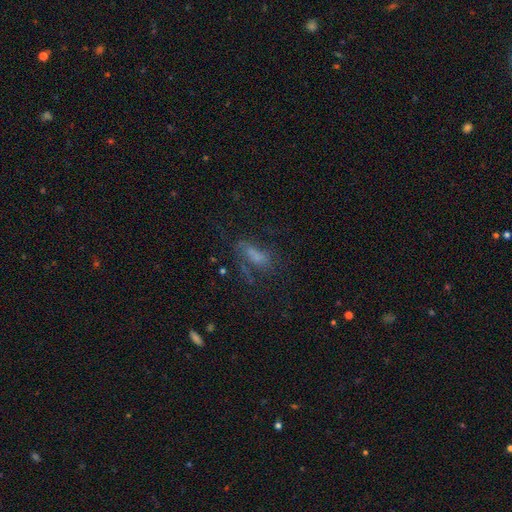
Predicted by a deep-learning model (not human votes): A smooth galaxy with no disk features (42%).

Vote fractions:
- Smooth or featured? smooth: 42% / featured or disk: 38% / star or artifact: 20%
- Merging? none: 43% / major disturbance: 33% / minor disturbance: 20% / merger: 4%